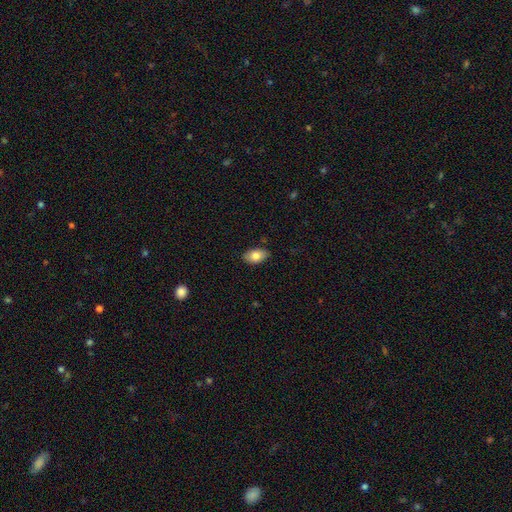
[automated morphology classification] This appears to be a smooth galaxy with no disk features (81%) that is in between round and cigar-shaped (92%). Merging: none (85%).